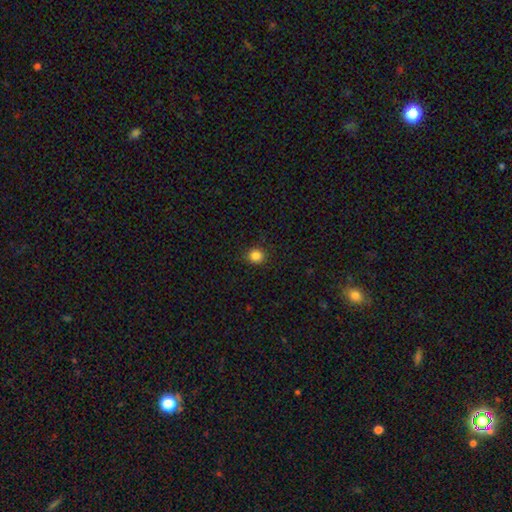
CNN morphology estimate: A smooth galaxy with no disk features (85%) that is round (89%).

Vote fractions:
- Smooth or featured? smooth: 85% / star or artifact: 12% / featured or disk: 4%
- How rounded? round: 89% / in between: 10% / cigar-shaped: 1%
- Merging? none: 91% / minor disturbance: 7% / major disturbance: 2% / merger: 1%